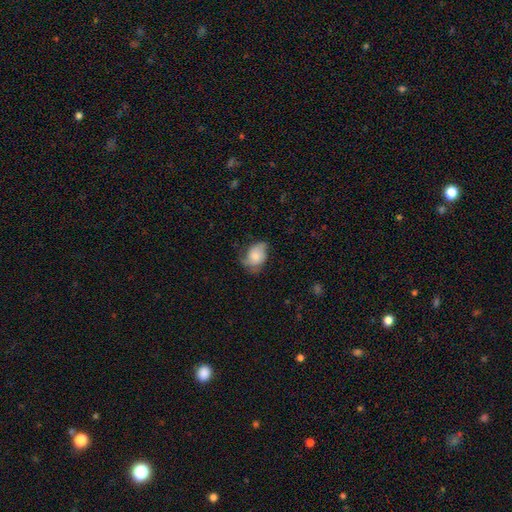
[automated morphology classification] smooth 53%, featured or disk 39%, star or artifact 8%. Down the decision tree: how rounded — in between (72%); merging — none (48%).